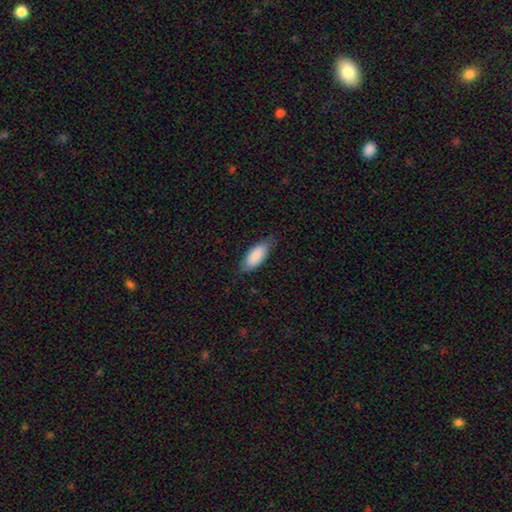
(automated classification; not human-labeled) A smooth galaxy with no disk features (88%) that is in between round and cigar-shaped (83%).

Vote fractions:
- Smooth or featured? smooth: 88% / featured or disk: 7% / star or artifact: 5%
- How rounded? in between: 83% / cigar-shaped: 16% / round: 2%
- Merging? none: 75% / minor disturbance: 20% / major disturbance: 4% / merger: 1%